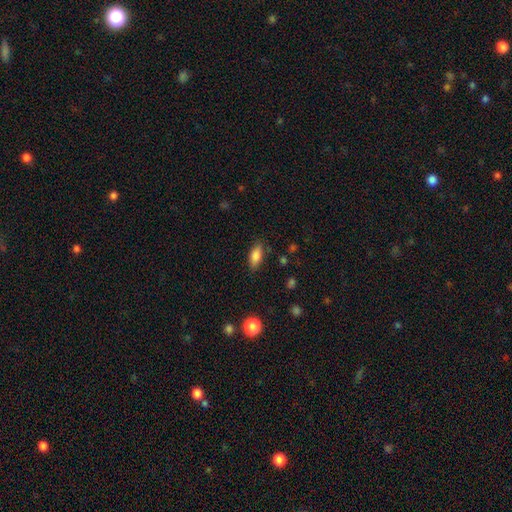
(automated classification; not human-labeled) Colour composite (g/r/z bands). It shows a smooth galaxy with no disk features (83%) that is in between round and cigar-shaped (83%). Merging: none (82%).